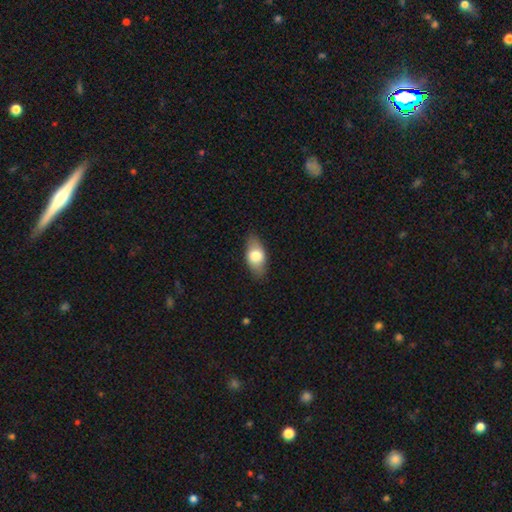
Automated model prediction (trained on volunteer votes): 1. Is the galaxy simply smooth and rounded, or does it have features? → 72% smooth, 22% featured or disk, 6% star or artifact.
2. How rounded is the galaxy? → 89% in between, 6% cigar-shaped, 5% round.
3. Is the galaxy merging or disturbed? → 84% none, 12% minor disturbance, 3% major disturbance, 1% merger.